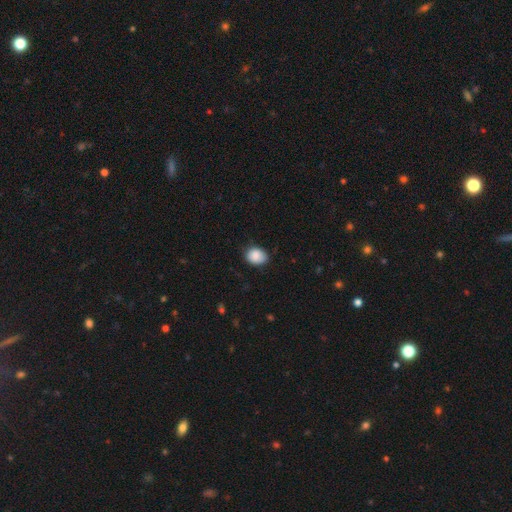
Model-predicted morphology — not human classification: smooth-or-featured: smooth: 88% | star or artifact: 8% | featured or disk: 5%
  how-rounded: in between: 55% | round: 44% | cigar-shaped: 1%
  merging: none: 74% | minor disturbance: 21% | major disturbance: 3% | merger: 1%